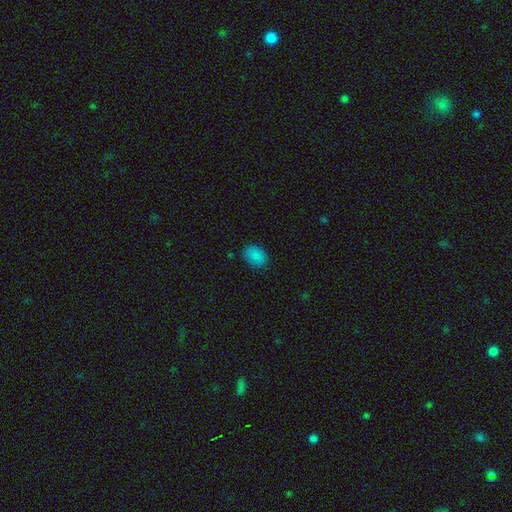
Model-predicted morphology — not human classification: The model was most divided on "how rounded": in between: 78%, round: 21%, cigar-shaped: 1%. More confident: smooth or featured — smooth (85%); merging — none (82%).